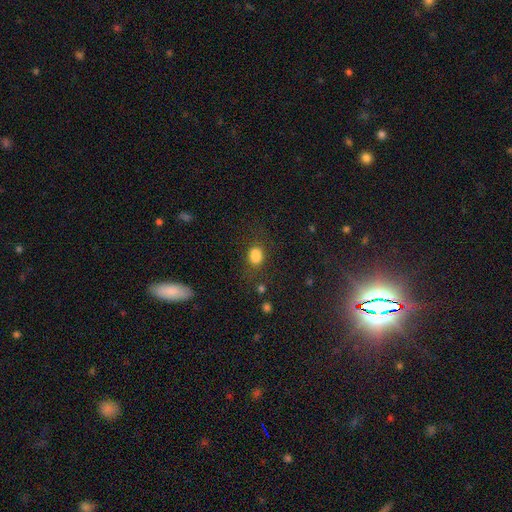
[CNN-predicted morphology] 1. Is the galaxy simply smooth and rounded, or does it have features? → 83% smooth, 12% star or artifact, 6% featured or disk.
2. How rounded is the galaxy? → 61% in between, 37% round, 2% cigar-shaped.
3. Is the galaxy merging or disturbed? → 68% none, 18% minor disturbance, 10% major disturbance, 4% merger.